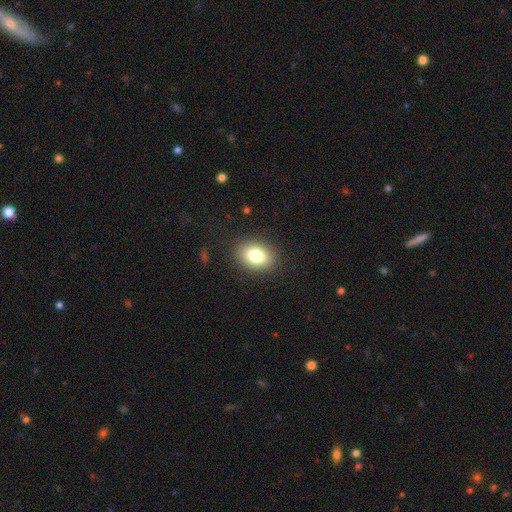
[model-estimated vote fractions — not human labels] Smooth or featured?
  - smooth: 82% *
  - featured or disk: 9%
  - star or artifact: 9%
How rounded?
  - in between: 73% *
  - round: 26%
  - cigar-shaped: 1%
Merging?
  - none: 87% *
  - minor disturbance: 9%
  - major disturbance: 3%
  - merger: 1%